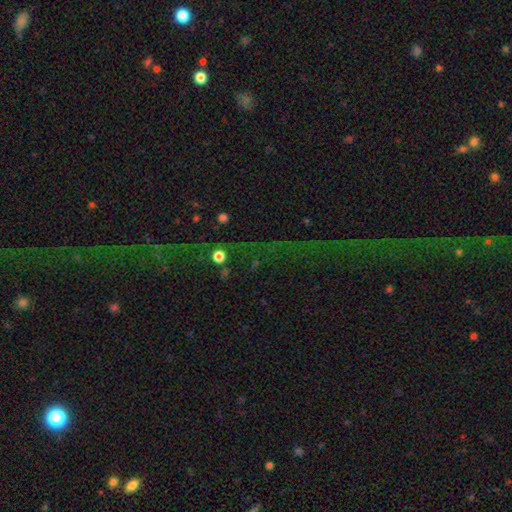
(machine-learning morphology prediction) smooth-or-featured: star or artifact: 75% | featured or disk: 13% | smooth: 12%